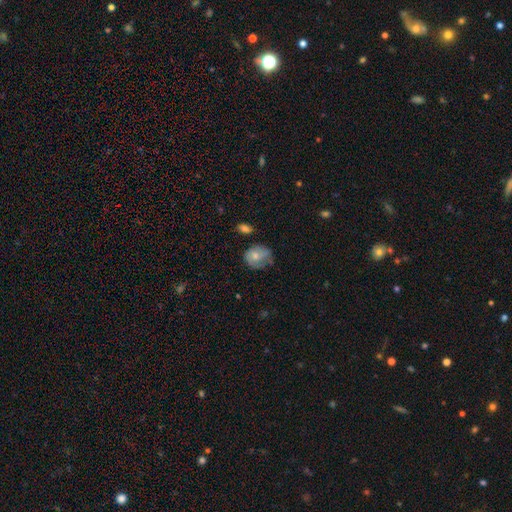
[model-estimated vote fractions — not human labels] smooth-or-featured: smooth: 62% | featured or disk: 31% | star or artifact: 8%
  how-rounded: round: 57% | in between: 42% | cigar-shaped: 1%
  merging: none: 47% | minor disturbance: 35% | major disturbance: 15% | merger: 4%